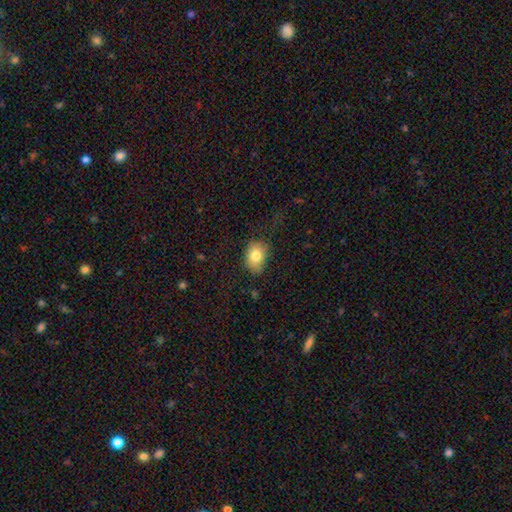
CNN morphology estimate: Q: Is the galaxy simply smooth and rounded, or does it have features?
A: smooth — 80%.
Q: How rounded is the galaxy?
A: in between — 72%.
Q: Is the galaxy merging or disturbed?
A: none — 68%.